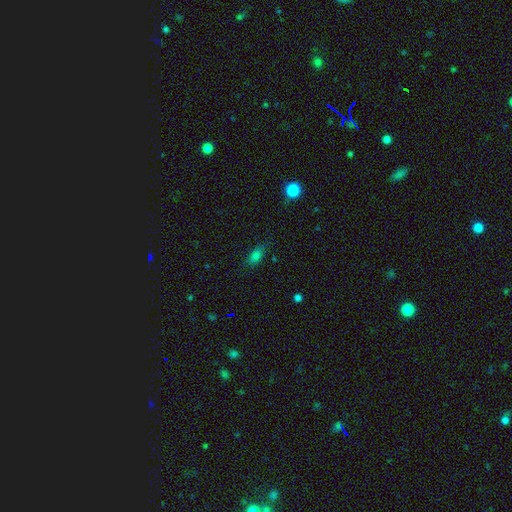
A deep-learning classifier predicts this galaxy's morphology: A smooth galaxy with no disk features (75%) that is in between round and cigar-shaped (81%). Merging: none (72%).